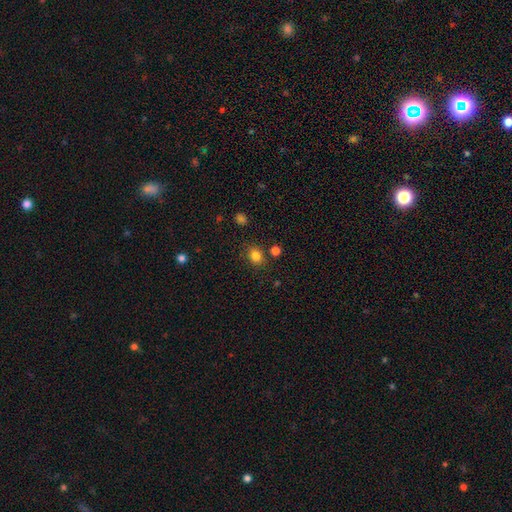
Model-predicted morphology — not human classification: A smooth galaxy with no disk features (82%) that is round (61%). Merging: none (81%).